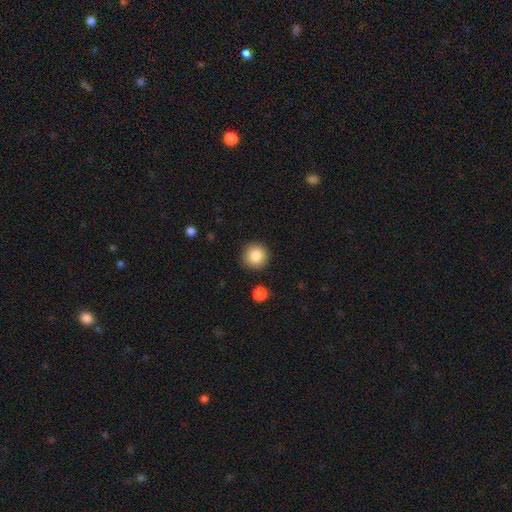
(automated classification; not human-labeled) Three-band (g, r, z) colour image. It shows a smooth galaxy with no disk features (86%) that is round (95%). Merging: none (90%).